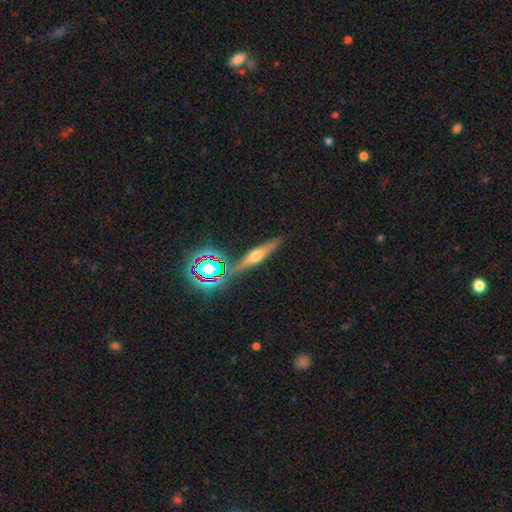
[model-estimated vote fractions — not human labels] Smooth or featured?
  - featured or disk: 61% *
  - smooth: 25%
  - star or artifact: 14%
Edge-on disk?
  - yes: 94% *
  - no: 6%
Edge-on bulge?
  - rounded: 89% *
  - boxy: 7%
  - none: 4%
Merging?
  - none: 83% *
  - minor disturbance: 10%
  - merger: 5%
  - major disturbance: 3%